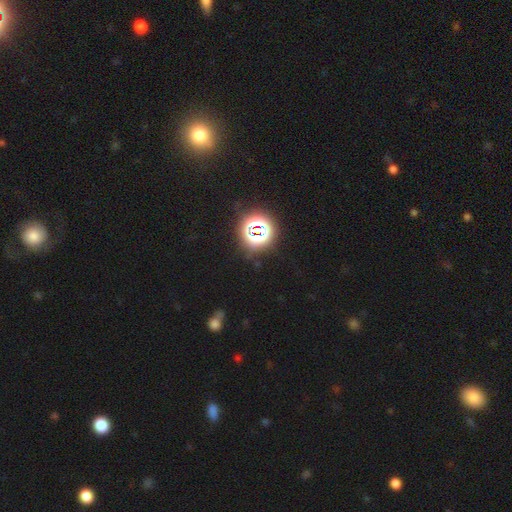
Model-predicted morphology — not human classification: This appears to be a star or artifact, not a galaxy (79%).